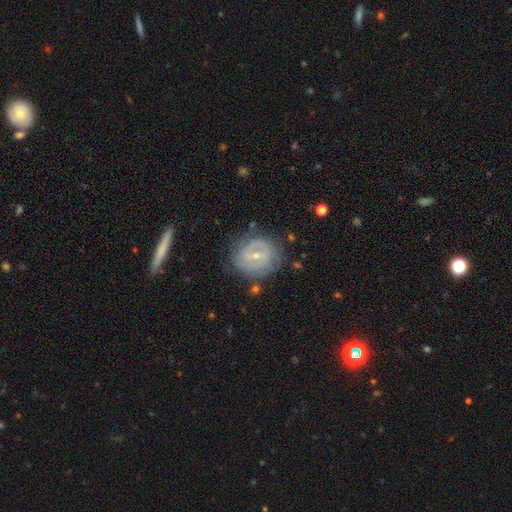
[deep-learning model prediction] smooth-or-featured: featured or disk: 73% | smooth: 20% | star or artifact: 6%
  disk-edge-on: no: 96% | yes: 4%
    bar: weak: 47% | no: 32% | strong: 21%
    has-spiral-arms: yes: 75% | no: 25%
      spiral-winding: tight: 62% | medium: 28% | loose: 10%
      spiral-arm-count: 2: 47% | can't tell: 35% | 3: 8% | 1: 5% | 4: 3% | more than 4: 2%
    bulge-size: small: 62% | moderate: 35% | none: 1% | large: 1% | dominant: 1%
  merging: none: 71% | minor disturbance: 19% | major disturbance: 7% | merger: 2%